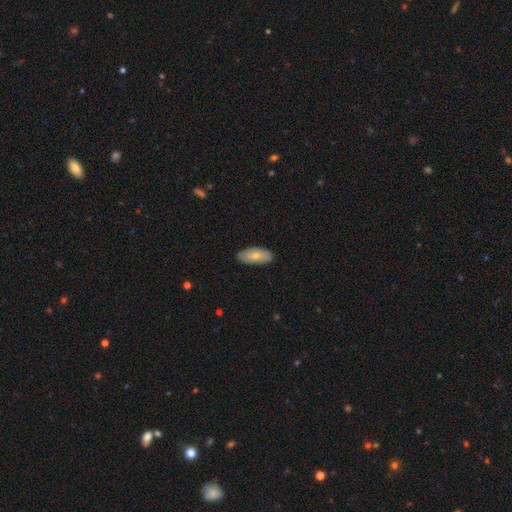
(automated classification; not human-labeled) Smooth or featured? smooth (67%)
How rounded? in between (89%)
Merging? none (87%)